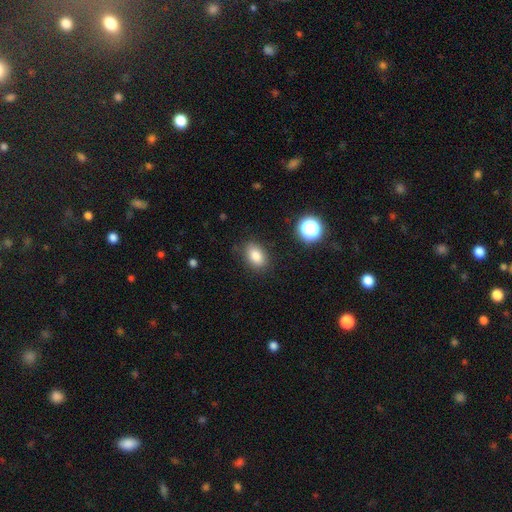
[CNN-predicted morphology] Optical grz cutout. It shows a smooth galaxy with no disk features (84%) that is in between round and cigar-shaped (83%). Merging: none (85%).